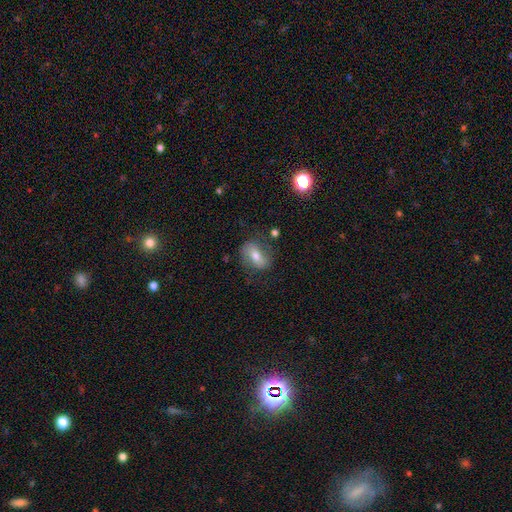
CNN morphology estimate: Smooth or featured? smooth (58%)
How rounded? in between (74%)
Merging? none (68%)